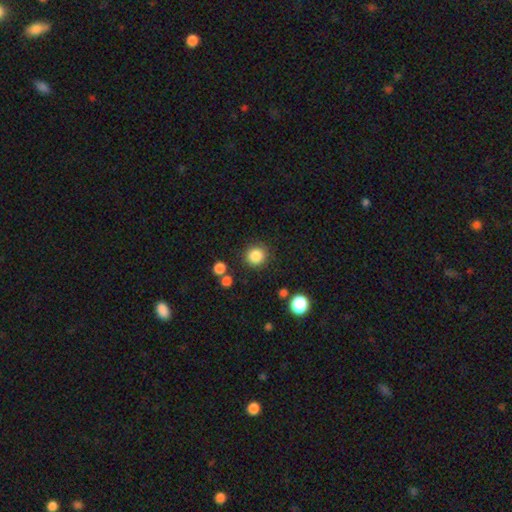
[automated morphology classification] This is clearly a smooth galaxy (86%). How rounded: clearly round (91%). Merging: clearly none (87%).